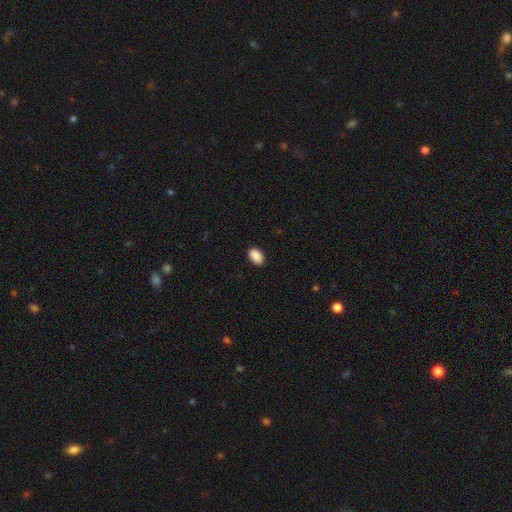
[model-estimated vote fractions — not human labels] Smooth or featured? Predicted: smooth (p=0.90). How rounded? Predicted: in between (p=0.87). Merging? Predicted: none (p=0.87).